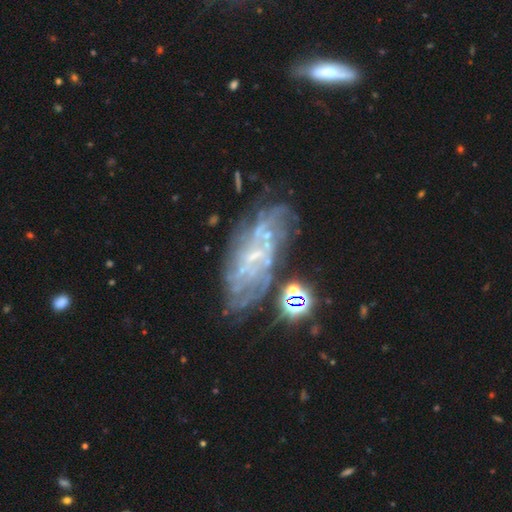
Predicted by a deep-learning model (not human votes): This is likely a featured or disk galaxy (75%). It is clearly not viewed edge-on (92%). Bar: possibly no (51%). Spiral arm pattern: likely yes (74%). Spiral arm count: possibly can't tell (59%). Spiral winding: possibly tight (50%). Central bulge: possibly small (56%). Merging: possibly none (56%).